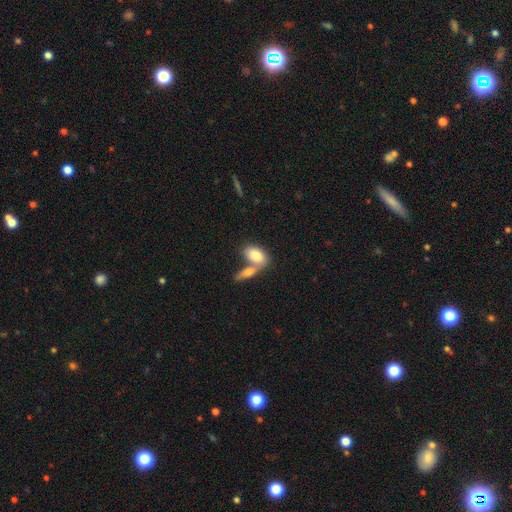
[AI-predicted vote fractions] smooth-or-featured: smooth: 80% | featured or disk: 14% | star or artifact: 6%
  how-rounded: in between: 90% | round: 5% | cigar-shaped: 4%
  merging: merger: 53% | none: 35% | minor disturbance: 9% | major disturbance: 4%